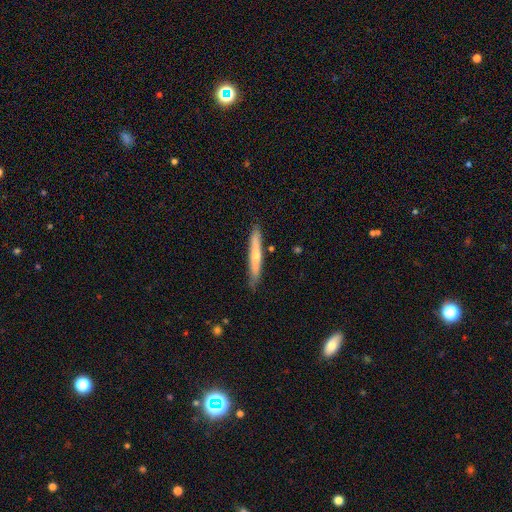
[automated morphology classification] Q: Smooth or featured?
A: smooth (47%); tied with: featured or disk (47%)
Q: Merging?
A: none (83%); runner-up: minor disturbance (13%)